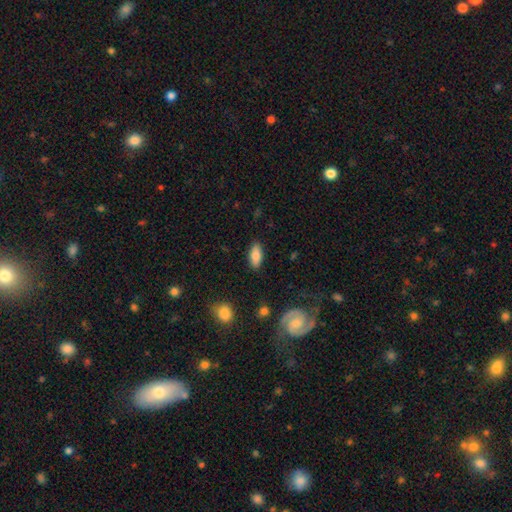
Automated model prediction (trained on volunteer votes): This appears to be a smooth galaxy with no disk features (83%) that is in between round and cigar-shaped (85%). Merging: none (87%).